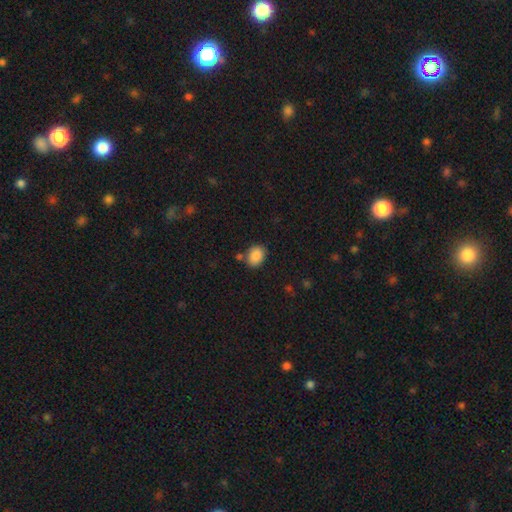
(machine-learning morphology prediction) Q: Smooth or featured?
A: smooth (88%); runner-up: star or artifact (8%)
Q: How rounded?
A: in between (67%); runner-up: round (32%)
Q: Merging?
A: none (75%); runner-up: minor disturbance (13%)